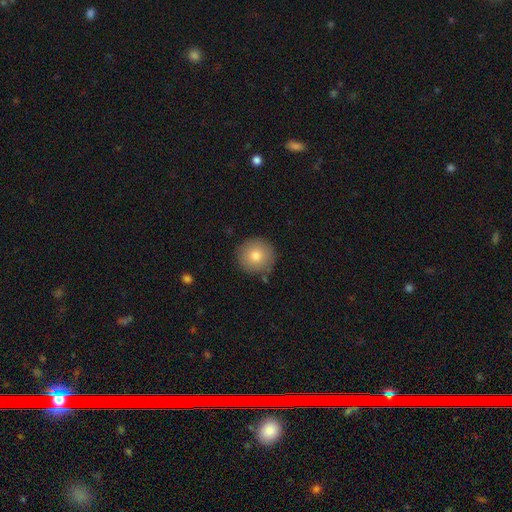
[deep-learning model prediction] smooth 79%, featured or disk 12%, star or artifact 9%. Down the decision tree: how rounded — round (95%); merging — none (88%).